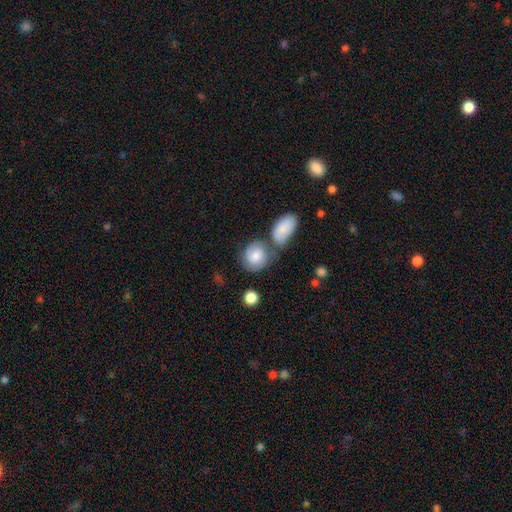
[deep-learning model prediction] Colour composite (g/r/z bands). It shows a smooth galaxy with no disk features (67%) that is round (74%). Merging: none (50%).